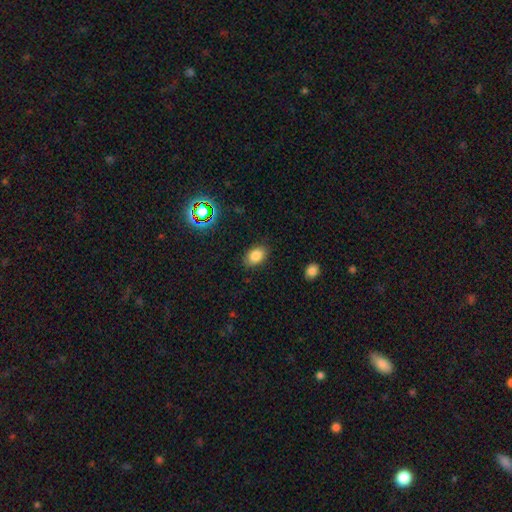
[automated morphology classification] This is clearly a smooth galaxy (82%). How rounded: clearly in between (87%). Merging: clearly none (85%).